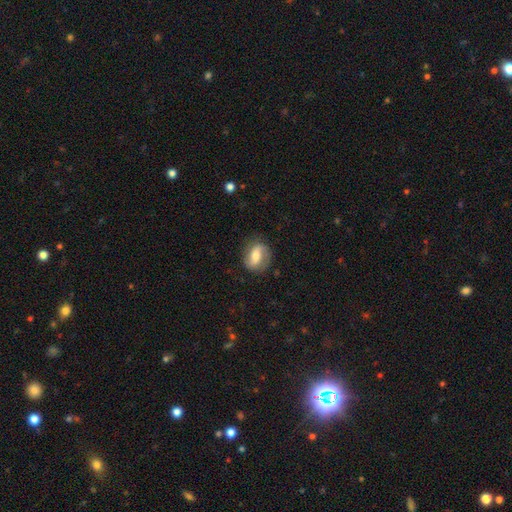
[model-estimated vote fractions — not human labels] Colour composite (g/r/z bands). It shows a smooth galaxy with no disk features (48%). Merging: none (76%).